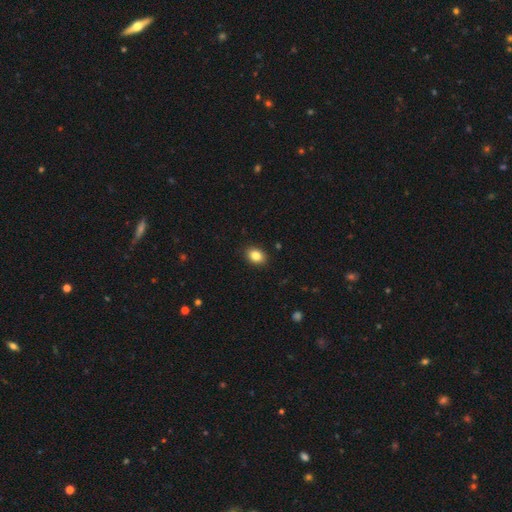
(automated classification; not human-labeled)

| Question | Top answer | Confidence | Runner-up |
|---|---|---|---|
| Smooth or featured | smooth | 85% | star or artifact (9%) |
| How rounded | in between | 69% | round (30%) |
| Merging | none | 90% | minor disturbance (7%) |